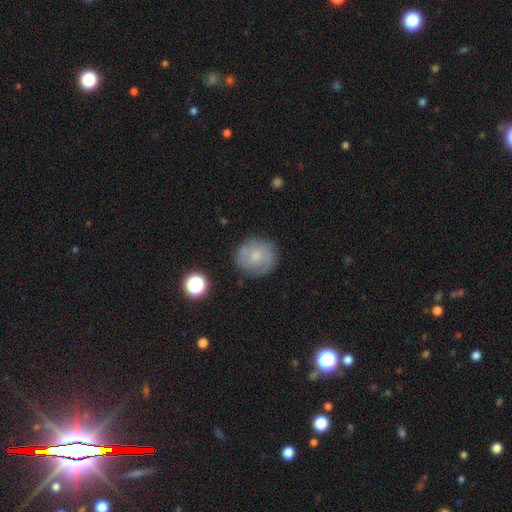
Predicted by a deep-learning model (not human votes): smooth-or-featured: featured or disk: 46% | smooth: 44% | star or artifact: 10%
  merging: none: 78% | minor disturbance: 15% | major disturbance: 5% | merger: 2%